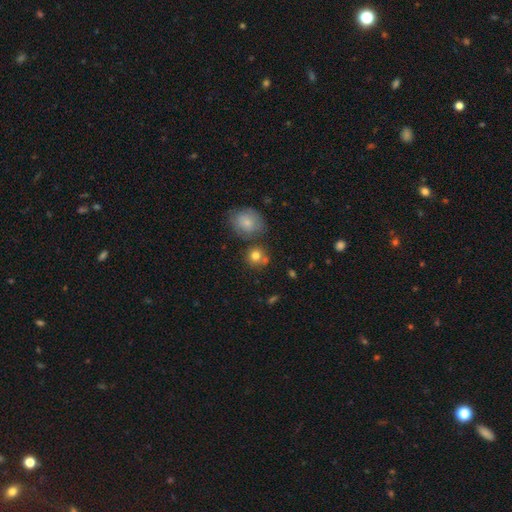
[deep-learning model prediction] Morphology: type=smooth (80%); roundness=round (86%); merging=none (67%).